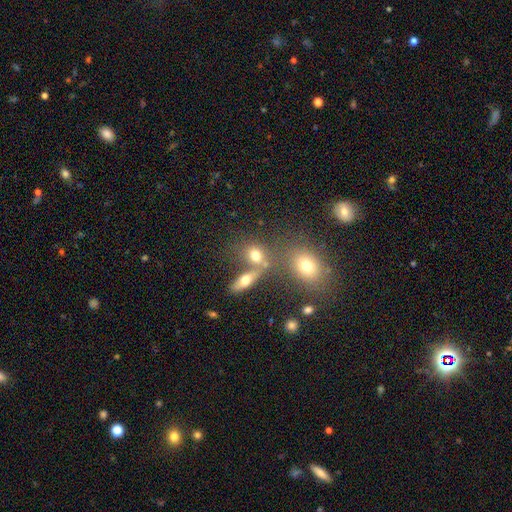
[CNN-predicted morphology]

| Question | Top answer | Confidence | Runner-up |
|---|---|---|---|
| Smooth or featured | smooth | 69% | featured or disk (16%) |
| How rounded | round | 49% | in between (46%) |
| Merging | none | 51% | merger (33%) |